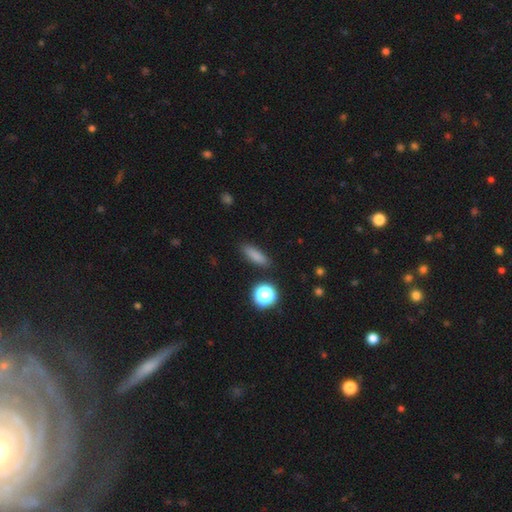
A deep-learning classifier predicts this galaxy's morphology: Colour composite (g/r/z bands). It shows a smooth galaxy with no disk features (81%) that is cigar-shaped (55%). Merging: none (87%).